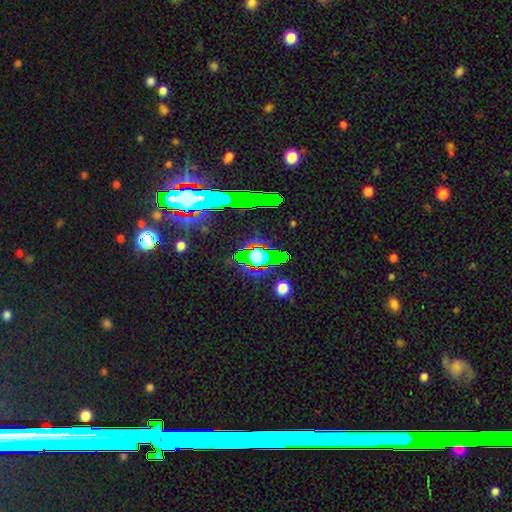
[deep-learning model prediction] Overall: star or artifact (52%; featured or disk 24%).